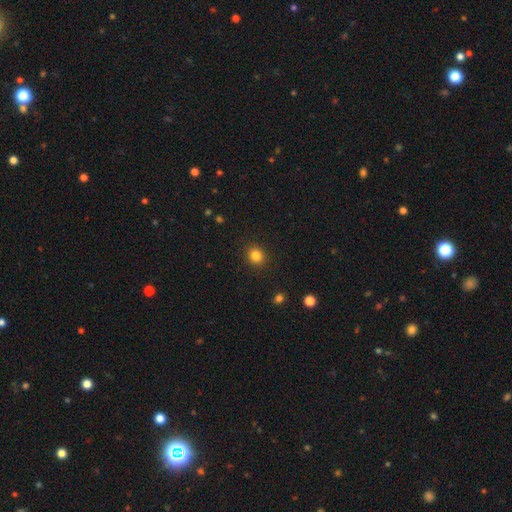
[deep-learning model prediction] smooth 84%, star or artifact 12%, featured or disk 5%. Down the decision tree: how rounded — round (83%); merging — none (91%).